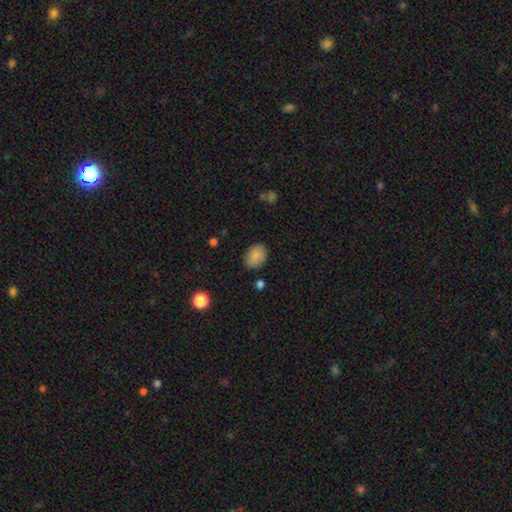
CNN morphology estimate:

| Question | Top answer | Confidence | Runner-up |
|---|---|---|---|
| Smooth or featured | smooth | 87% | star or artifact (8%) |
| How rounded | in between | 67% | round (32%) |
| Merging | none | 83% | minor disturbance (12%) |